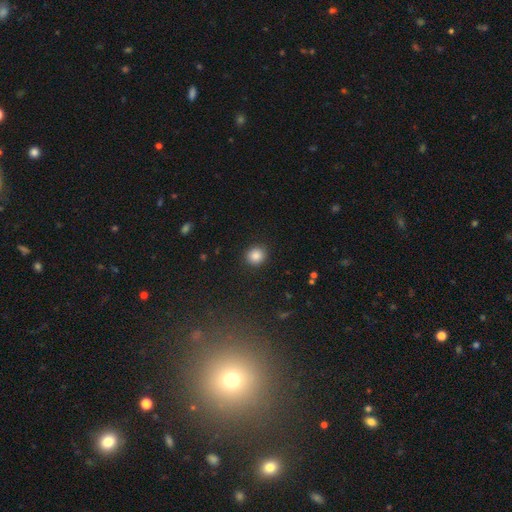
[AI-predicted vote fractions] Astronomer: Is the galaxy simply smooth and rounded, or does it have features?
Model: smooth — 86%.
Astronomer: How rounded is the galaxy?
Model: round — 85%.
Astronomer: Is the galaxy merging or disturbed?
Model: none — 91%.